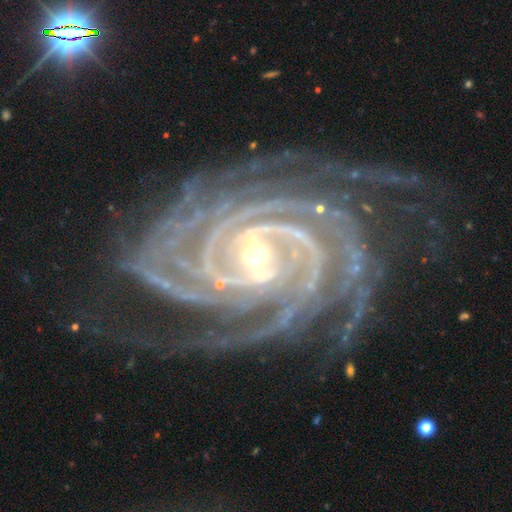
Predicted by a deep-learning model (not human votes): Smooth or featured?
  - featured or disk: 94% *
  - star or artifact: 4%
  - smooth: 2%
Edge-on disk?
  - no: 98% *
  - yes: 2%
Bar?
  - no: 35% * (tied)
  - weak: 35% * (tied)
  - strong: 30%
Spiral arms?
  - yes: 99% *
  - no: 1%
Spiral winding?
  - tight: 81% *
  - medium: 17%
  - loose: 2%
Spiral arm count?
  - 4: 28% *
  - more than 4: 24%
  - 3: 17%
  - can't tell: 12%
  - 2: 11%
  - 1: 8%
Bulge size?
  - small: 53% *
  - moderate: 43%
  - large: 2%
  - none: 1%
  - dominant: 1%
Merging?
  - none: 70% *
  - minor disturbance: 18%
  - major disturbance: 10%
  - merger: 2%